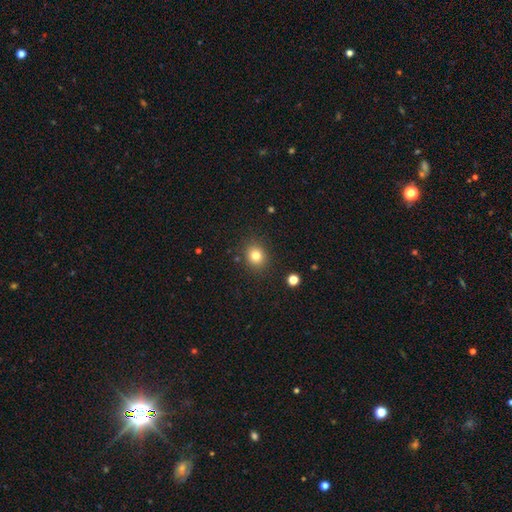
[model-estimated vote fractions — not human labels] Smooth or featured: smooth — 80% (star or artifact — 13%)
How rounded: round — 77% (in between — 22%)
Merging: none — 88% (minor disturbance — 8%)